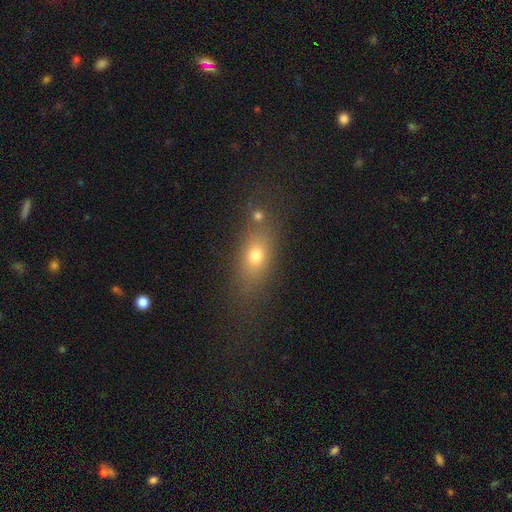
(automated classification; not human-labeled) Q: Smooth or featured?
A: smooth (66%); runner-up: featured or disk (18%)
Q: How rounded?
A: in between (62%); runner-up: cigar-shaped (21%)
Q: Merging?
A: none (66%); runner-up: minor disturbance (15%)